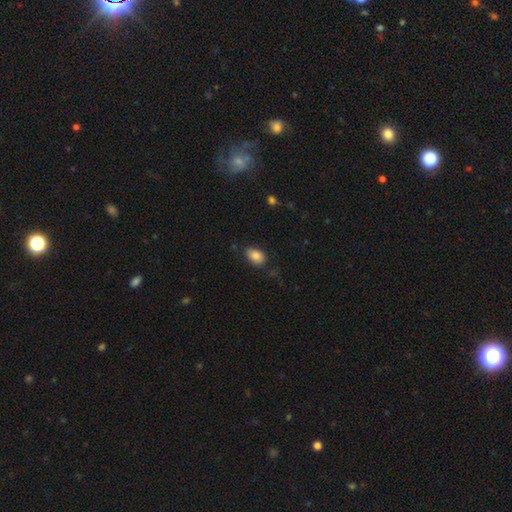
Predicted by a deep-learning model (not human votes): smooth-or-featured: smooth: 84% | star or artifact: 8% | featured or disk: 7%
  how-rounded: in between: 85% | round: 14% | cigar-shaped: 1%
  merging: none: 77% | minor disturbance: 18% | major disturbance: 3% | merger: 2%